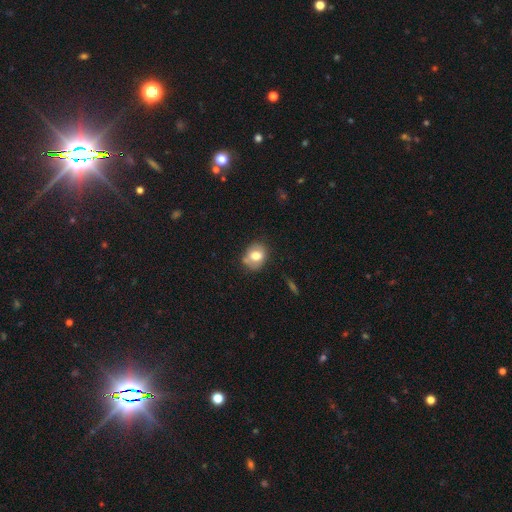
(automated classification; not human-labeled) This appears to be a smooth galaxy with no disk features (69%) that is round (56%). Merging: none (67%).